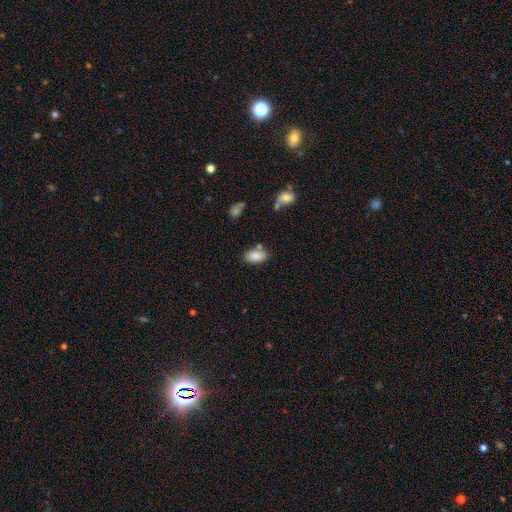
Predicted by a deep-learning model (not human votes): smooth_or_featured: smooth (p=0.86) [alt: star or artifact p=0.08]
how_rounded: in between (p=0.93) [alt: round p=0.04]
merging: none (p=0.72) [alt: minor disturbance p=0.15]